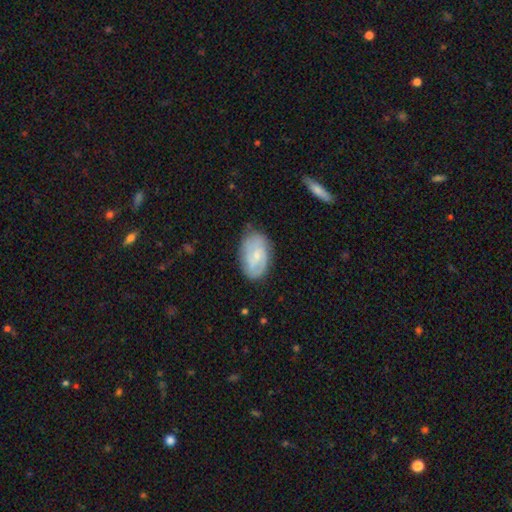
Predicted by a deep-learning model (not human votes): Morphology: type=featured or disk (53%); edge-on=no (95%); bar=no (53%); spiral arms=yes (80%); bulge=small (67%); merging=none (76%).